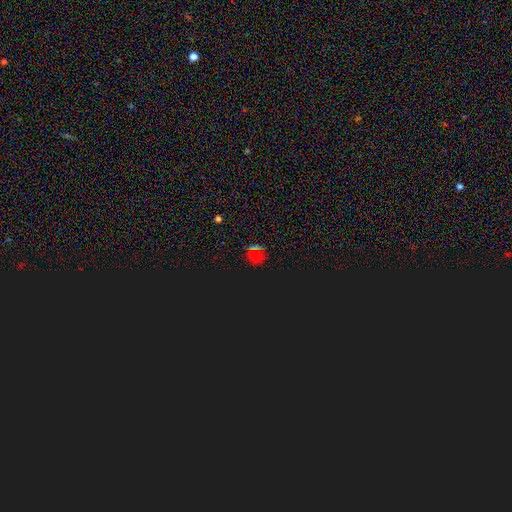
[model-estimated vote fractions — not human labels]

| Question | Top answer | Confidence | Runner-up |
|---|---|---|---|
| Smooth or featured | star or artifact | 63% | smooth (31%) |